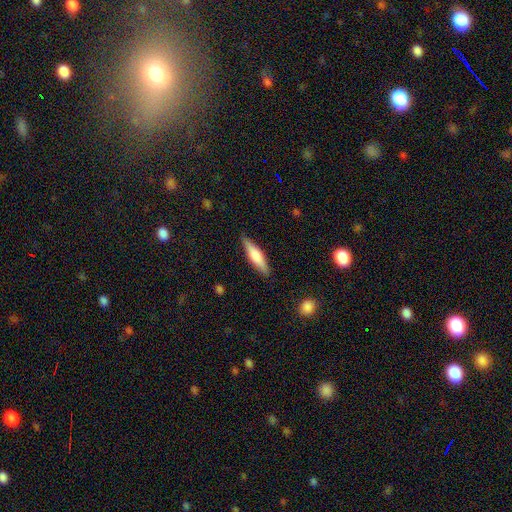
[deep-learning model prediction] Overall: smooth (61%; featured or disk 33%). How rounded: cigar-shaped (74%). Merging: none (87%).